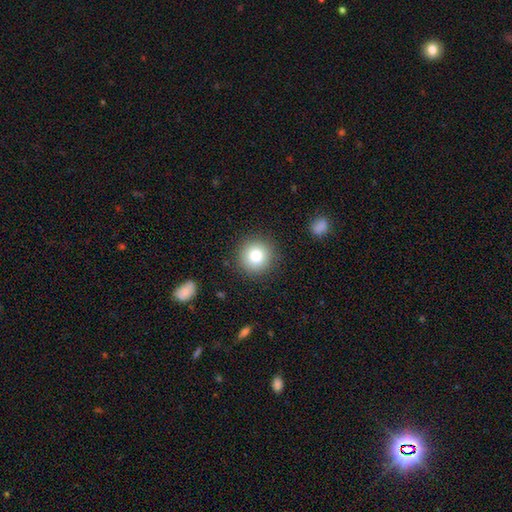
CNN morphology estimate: smooth-or-featured: smooth: 81% | star or artifact: 10% | featured or disk: 9%
  how-rounded: round: 94% | in between: 5% | cigar-shaped: 1%
  merging: none: 89% | minor disturbance: 7% | major disturbance: 3% | merger: 1%